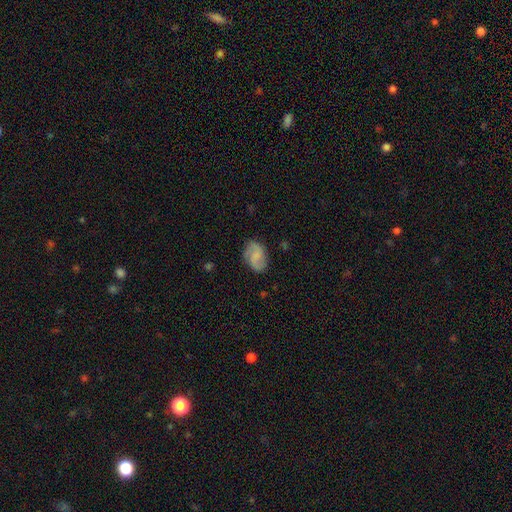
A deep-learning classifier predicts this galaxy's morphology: type=featured or disk (50%); edge-on=no (97%); merging=none (78%).